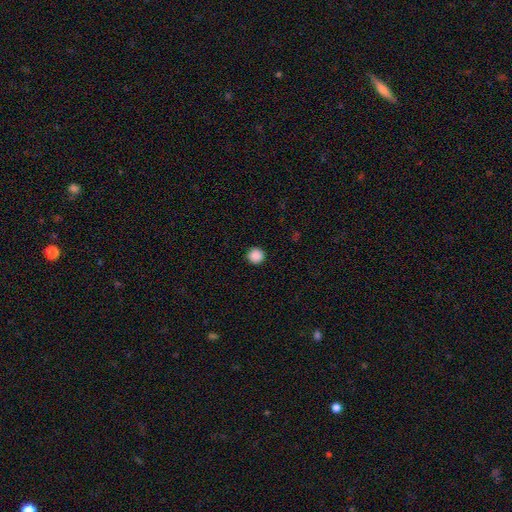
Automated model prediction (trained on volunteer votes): A smooth galaxy with no disk features (89%) that is round (96%). Merging: none (93%).